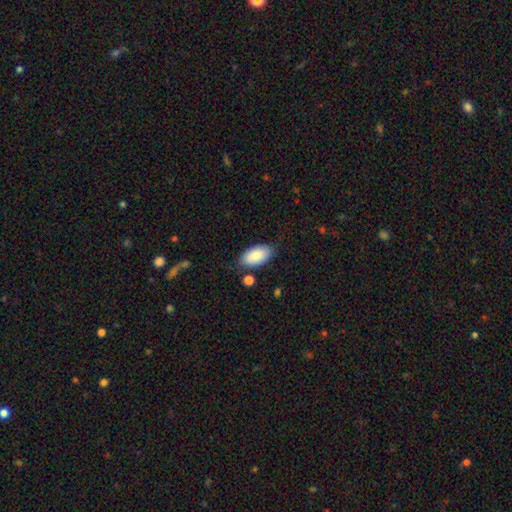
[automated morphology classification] smooth_or_featured: smooth (p=0.86) [alt: featured or disk p=0.08]
how_rounded: in between (p=0.95) [alt: cigar-shaped p=0.03]
merging: none (p=0.78) [alt: minor disturbance p=0.15]